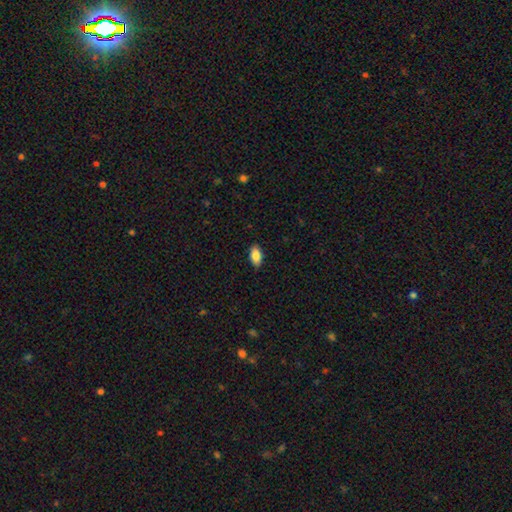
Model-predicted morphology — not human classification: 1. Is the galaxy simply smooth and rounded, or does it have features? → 85% smooth, 8% featured or disk, 7% star or artifact.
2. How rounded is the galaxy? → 92% in between, 4% cigar-shaped, 3% round.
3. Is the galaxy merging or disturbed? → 89% none, 9% minor disturbance, 2% major disturbance, 1% merger.